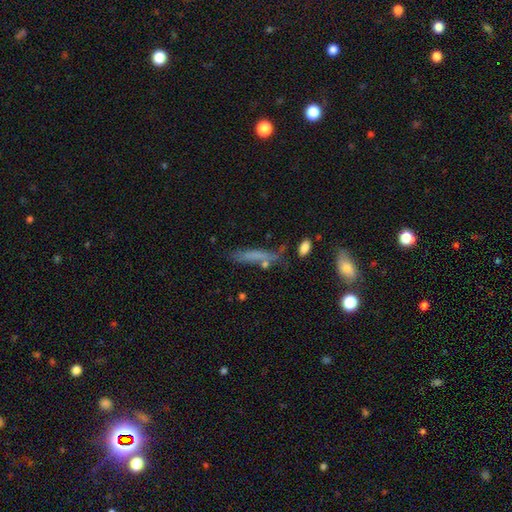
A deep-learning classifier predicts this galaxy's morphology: The model was most divided on "smooth or featured": smooth: 61%, featured or disk: 28%, star or artifact: 11%. More confident: how rounded — cigar-shaped (85%); merging — none (66%).